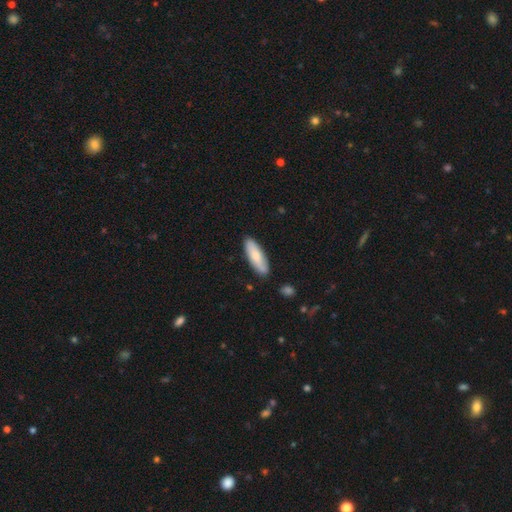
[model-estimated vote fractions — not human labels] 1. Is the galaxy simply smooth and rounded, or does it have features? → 74% smooth, 20% featured or disk, 5% star or artifact.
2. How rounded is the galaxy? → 56% in between, 43% cigar-shaped, 2% round.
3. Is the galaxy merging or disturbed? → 85% none, 11% minor disturbance, 2% major disturbance, 2% merger.